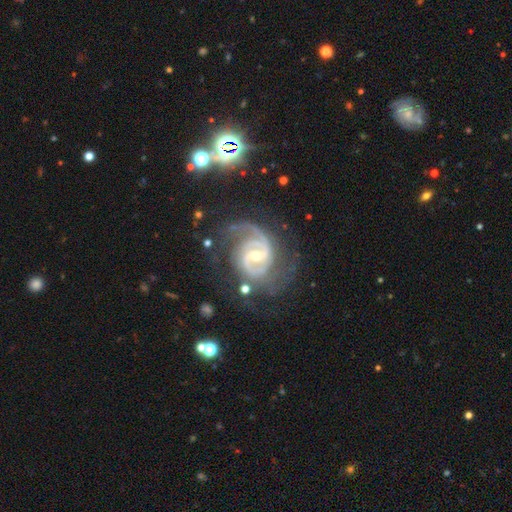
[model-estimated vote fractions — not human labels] Smooth or featured? Predicted: featured or disk (p=0.92). Edge-on disk? Predicted: no (p=0.98). Bar? Predicted: weak (p=0.49). Spiral arms? Predicted: yes (p=0.98). Spiral winding? Predicted: medium (p=0.50). Spiral arm count? Predicted: 2 (p=0.73). Bulge size? Predicted: small (p=0.49). Merging? Predicted: none (p=0.60).